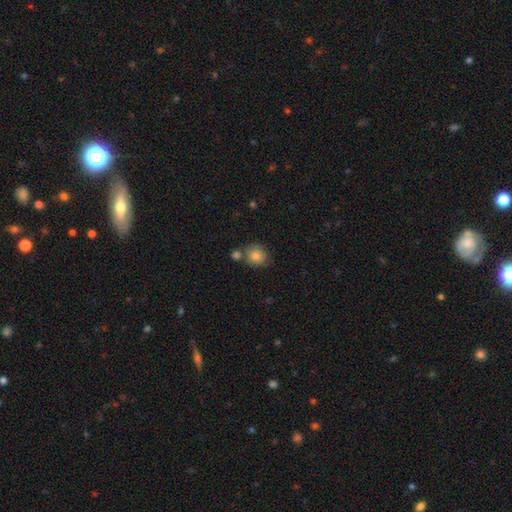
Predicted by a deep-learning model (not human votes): A smooth galaxy with no disk features (83%) that is round (74%).

Vote fractions:
- Smooth or featured? smooth: 83% / featured or disk: 9% / star or artifact: 8%
- How rounded? round: 74% / in between: 25% / cigar-shaped: 1%
- Merging? none: 62% / merger: 18% / minor disturbance: 15% / major disturbance: 5%